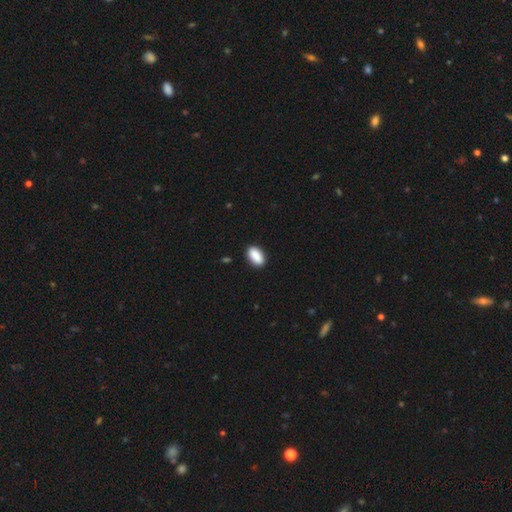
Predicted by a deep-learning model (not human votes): smooth-or-featured: smooth: 89% | star or artifact: 7% | featured or disk: 4%
  how-rounded: in between: 92% | cigar-shaped: 5% | round: 4%
  merging: none: 89% | minor disturbance: 8% | major disturbance: 2% | merger: 1%